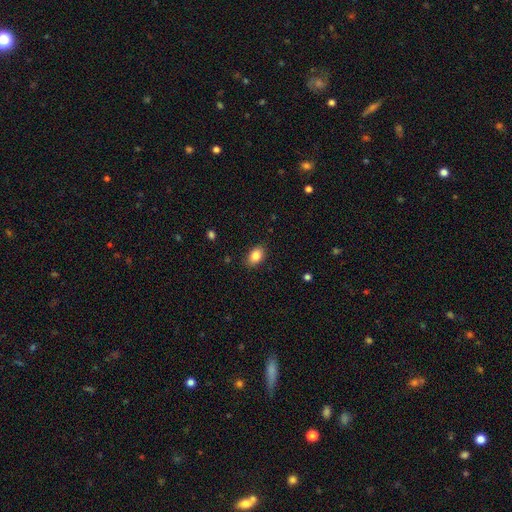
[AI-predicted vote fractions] smooth_or_featured: smooth (p=0.84) [alt: star or artifact p=0.08]
how_rounded: in between (p=0.84) [alt: round p=0.15]
merging: none (p=0.86) [alt: minor disturbance p=0.10]